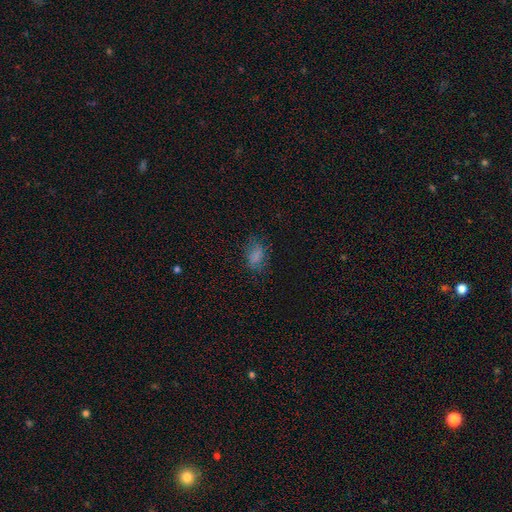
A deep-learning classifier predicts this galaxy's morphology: Overall: smooth (72%). How rounded: in between (84%). Merging: none (68%).